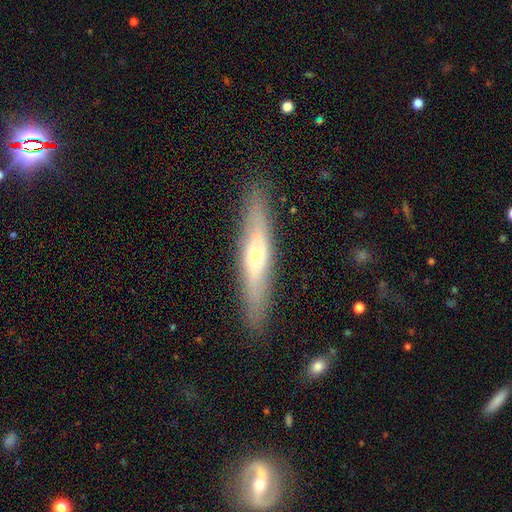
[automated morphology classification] Smooth or featured? featured or disk (53%)
Edge-on disk? yes (80%)
Merging? none (88%)